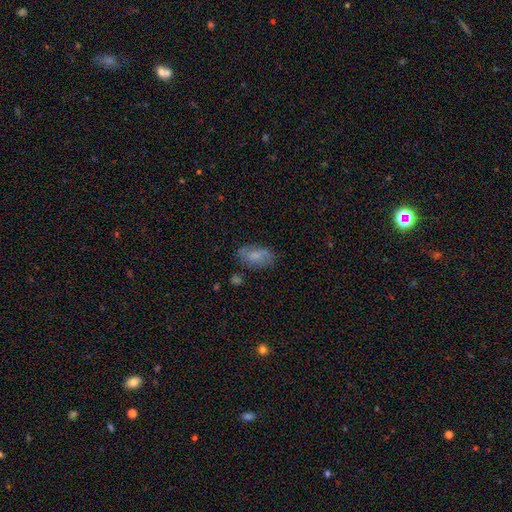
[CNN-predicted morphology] Smooth or featured? smooth (66%)
How rounded? in between (91%)
Merging? none (69%)